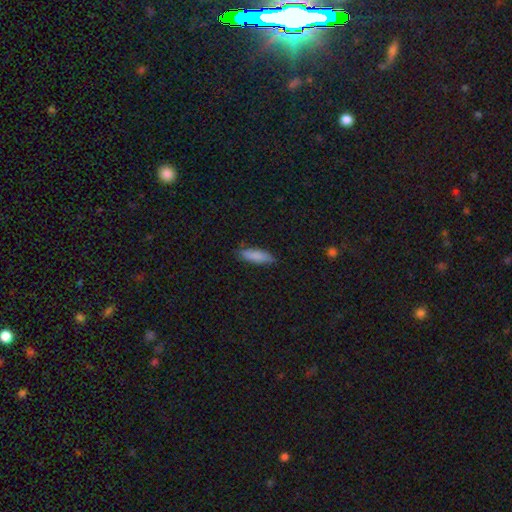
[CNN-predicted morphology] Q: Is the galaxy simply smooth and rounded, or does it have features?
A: smooth — 86%.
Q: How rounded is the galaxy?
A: cigar-shaped — 50%.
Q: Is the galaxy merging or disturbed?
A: none — 83%.